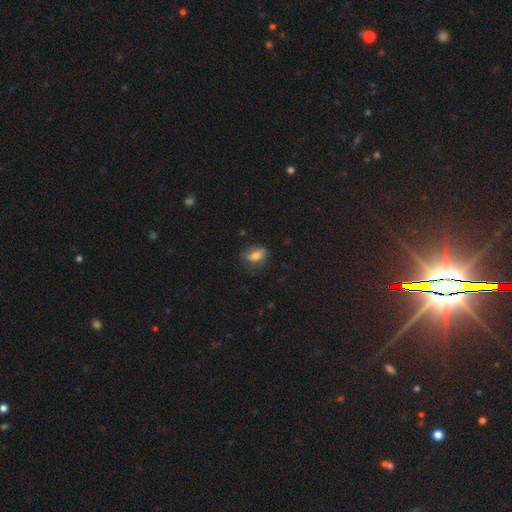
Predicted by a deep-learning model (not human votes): This is likely a smooth galaxy (72%). How rounded: likely in between (78%). Merging: likely none (63%).